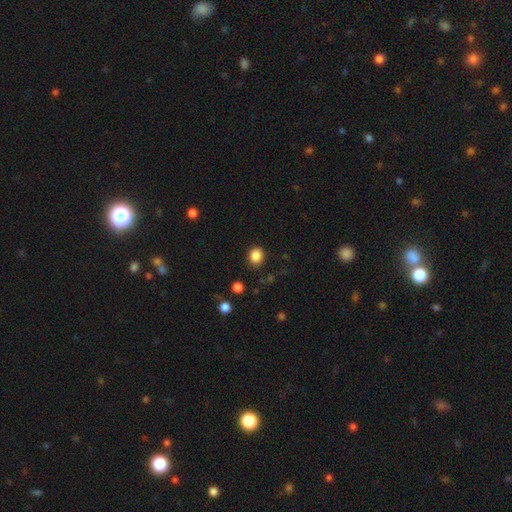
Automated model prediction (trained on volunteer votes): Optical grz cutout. It shows a smooth galaxy with no disk features (86%) that is round (66%). Merging: none (87%).